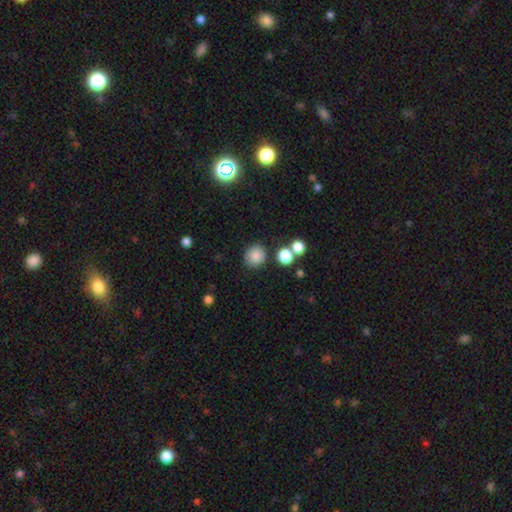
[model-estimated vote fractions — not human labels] Morphology: type=smooth (84%); roundness=round (79%); merging=none (80%).